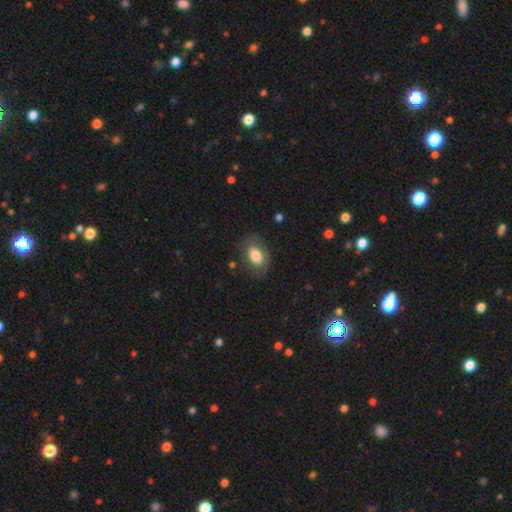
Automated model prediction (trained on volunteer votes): This appears to be a smooth galaxy with no disk features (74%) that is in between round and cigar-shaped (85%). Merging: none (73%).